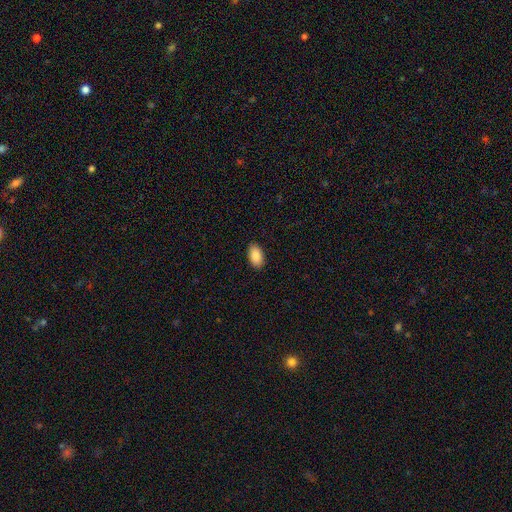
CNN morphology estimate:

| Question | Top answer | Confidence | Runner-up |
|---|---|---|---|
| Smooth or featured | smooth | 90% | star or artifact (7%) |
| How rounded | in between | 94% | round (4%) |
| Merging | none | 89% | minor disturbance (8%) |